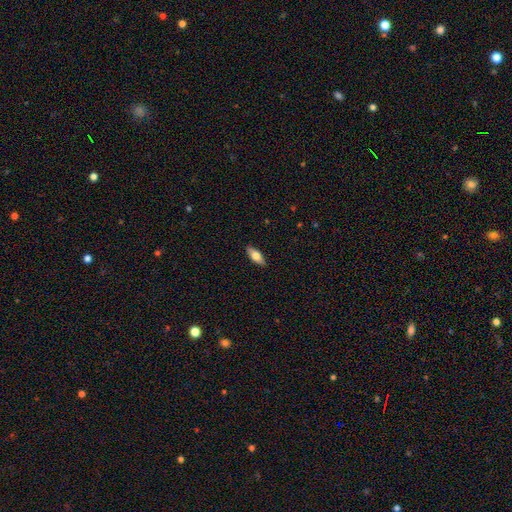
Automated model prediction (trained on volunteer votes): Q: Smooth or featured?
A: smooth (70%); runner-up: featured or disk (24%)
Q: How rounded?
A: in between (76%); runner-up: cigar-shaped (22%)
Q: Merging?
A: none (89%); runner-up: minor disturbance (9%)